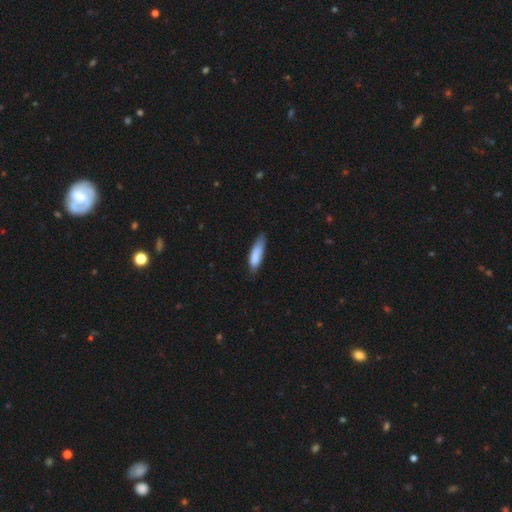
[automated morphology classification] Overall: smooth (84%). How rounded: cigar-shaped (55%; in between 44%). Merging: none (58%; minor disturbance 33%).